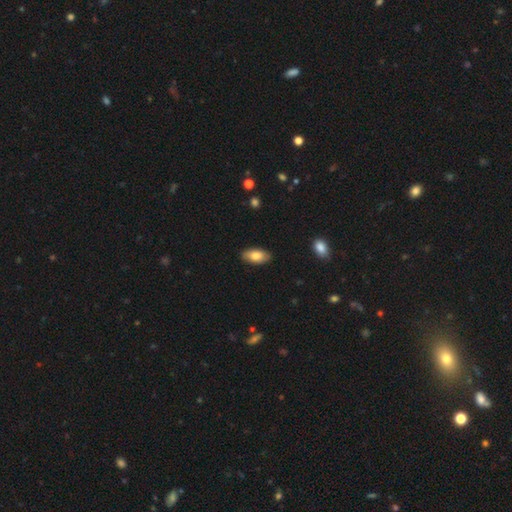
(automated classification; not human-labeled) smooth 83%, featured or disk 11%, star or artifact 6%. Down the decision tree: how rounded — in between (93%); merging — none (88%).